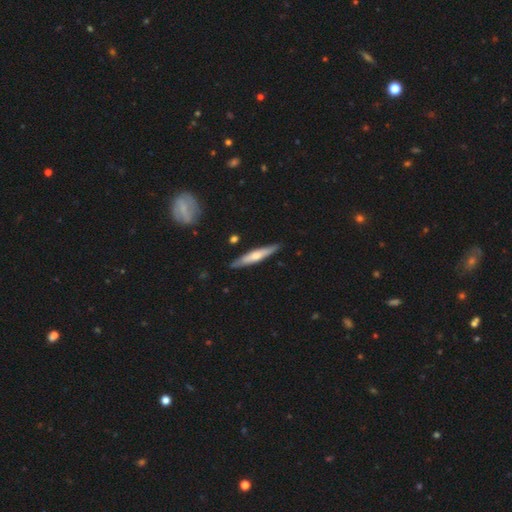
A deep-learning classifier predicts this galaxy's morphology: A smooth galaxy with no disk features (51%) that is cigar-shaped (90%).

Vote fractions:
- Smooth or featured? smooth: 51% / featured or disk: 44% / star or artifact: 5%
- How rounded? cigar-shaped: 90% / in between: 9% / round: 1%
- Merging? none: 88% / minor disturbance: 9% / major disturbance: 2% / merger: 2%